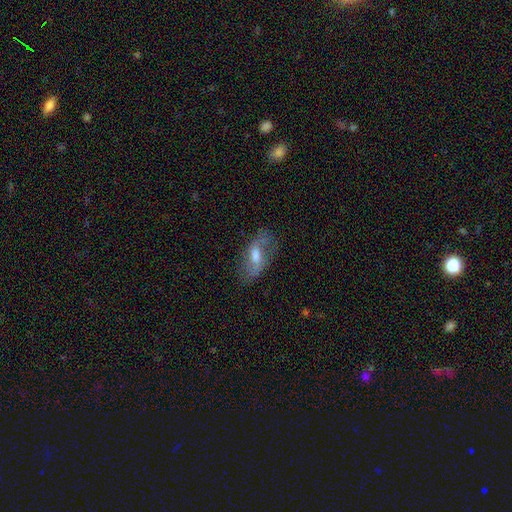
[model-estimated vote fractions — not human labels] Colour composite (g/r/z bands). It shows a featured or disk galaxy (48%). Merging: none (64%).